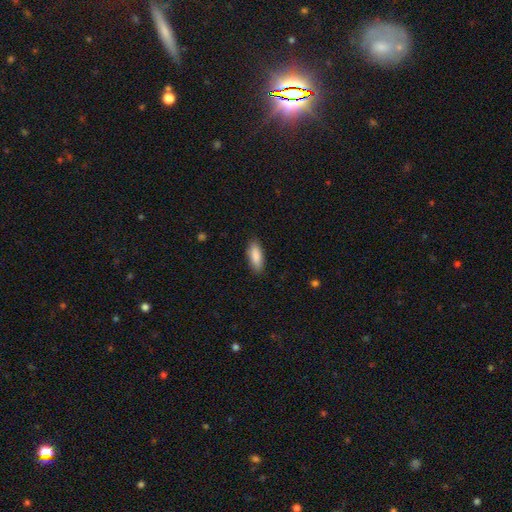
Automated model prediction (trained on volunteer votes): Smooth or featured? smooth (88%)
How rounded? in between (72%)
Merging? none (86%)